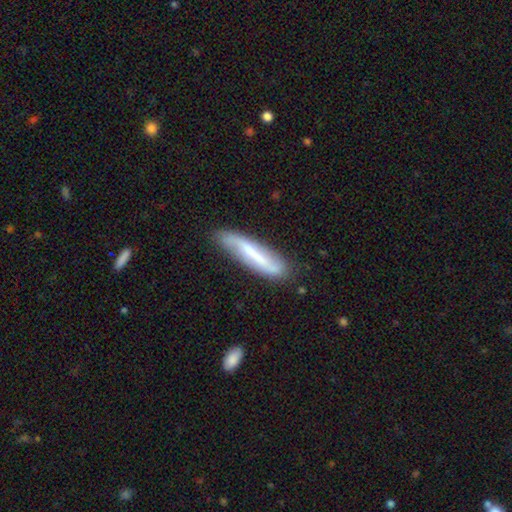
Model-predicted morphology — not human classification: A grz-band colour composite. It shows a featured or disk galaxy (60%). Merging: none (77%).